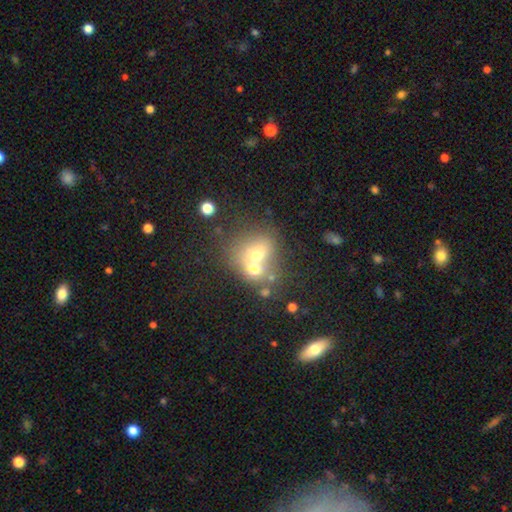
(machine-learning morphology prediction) A smooth galaxy with no disk features (60%) that is round (62%). Merging: merger (62%).